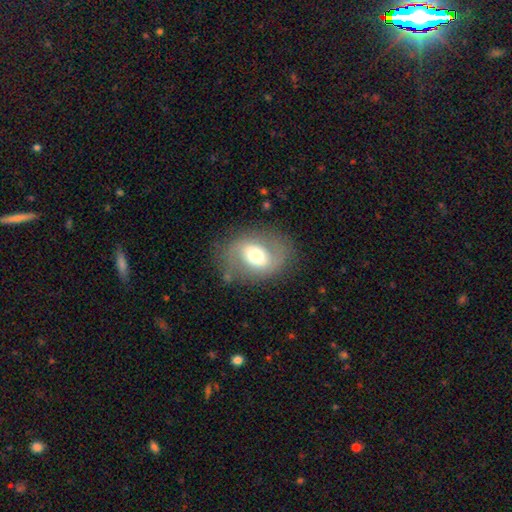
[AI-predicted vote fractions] This is possibly a featured or disk galaxy (52%). It is clearly not viewed edge-on (95%). Merging: likely none (73%).